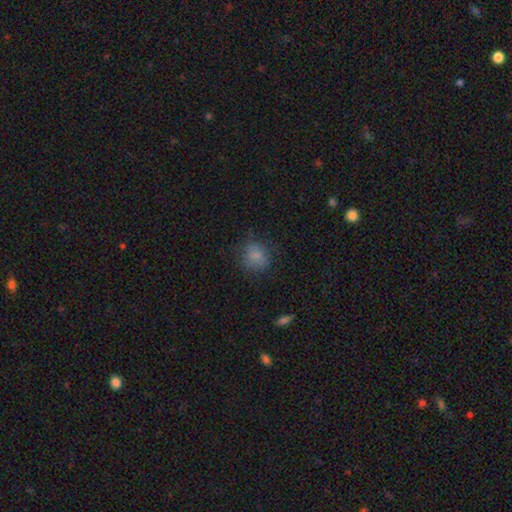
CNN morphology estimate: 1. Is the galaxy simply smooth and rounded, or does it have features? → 79% smooth, 12% star or artifact, 9% featured or disk.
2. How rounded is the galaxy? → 74% round, 25% in between, 1% cigar-shaped.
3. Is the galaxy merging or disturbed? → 72% none, 19% minor disturbance, 8% major disturbance, 1% merger.